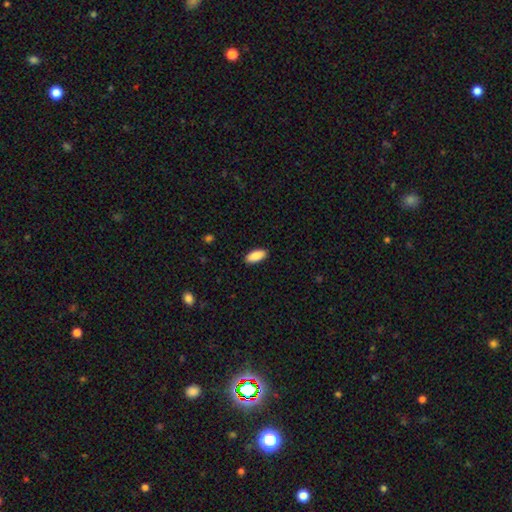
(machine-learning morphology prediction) Q: Smooth or featured?
A: smooth (89%); runner-up: star or artifact (6%)
Q: How rounded?
A: in between (90%); runner-up: cigar-shaped (9%)
Q: Merging?
A: none (89%); runner-up: minor disturbance (8%)